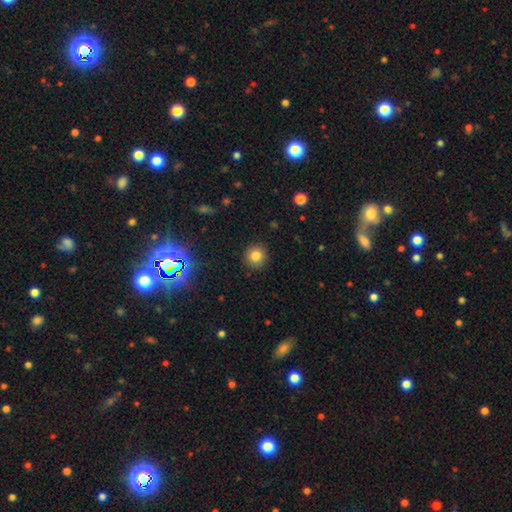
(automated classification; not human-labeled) Smooth or featured? smooth (81%)
How rounded? round (92%)
Merging? none (91%)